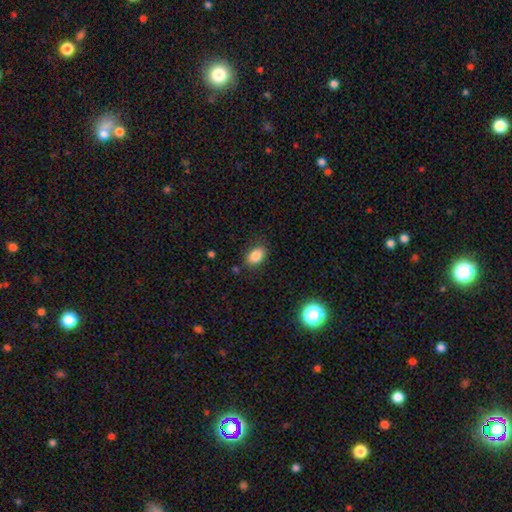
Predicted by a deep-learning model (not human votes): Smooth or featured?
  - smooth: 84% *
  - star or artifact: 9%
  - featured or disk: 6%
How rounded?
  - in between: 89% *
  - round: 10%
  - cigar-shaped: 2%
Merging?
  - none: 82% *
  - minor disturbance: 12%
  - major disturbance: 3%
  - merger: 2%